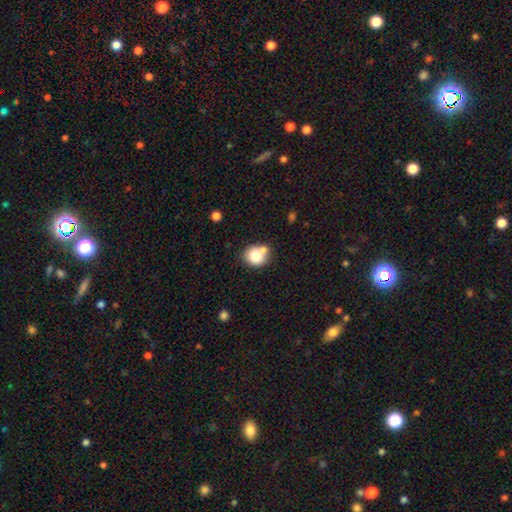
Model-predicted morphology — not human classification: Smooth or featured? smooth (77%)
How rounded? round (74%)
Merging? none (54%)